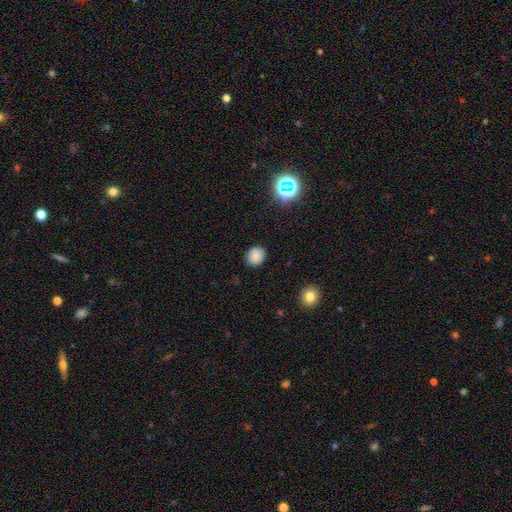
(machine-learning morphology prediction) Smooth or featured? smooth (83%)
How rounded? round (71%)
Merging? none (89%)